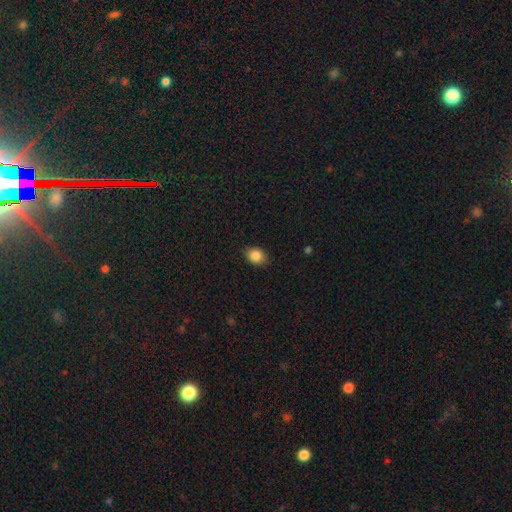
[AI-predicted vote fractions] A smooth galaxy with no disk features (87%) that is in between round and cigar-shaped (61%). Merging: none (85%).